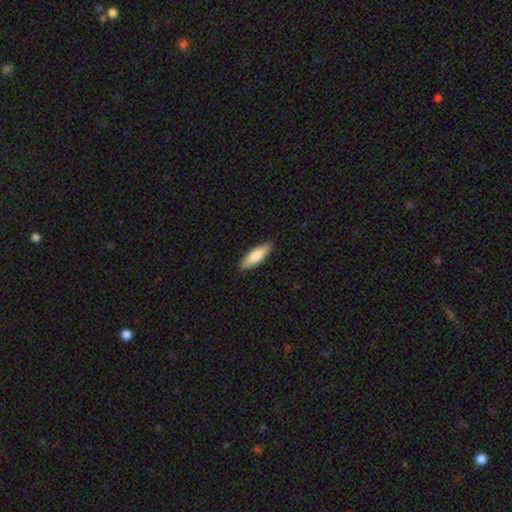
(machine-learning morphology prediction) type=smooth (78%); roundness=in between (50%); merging=none (89%).